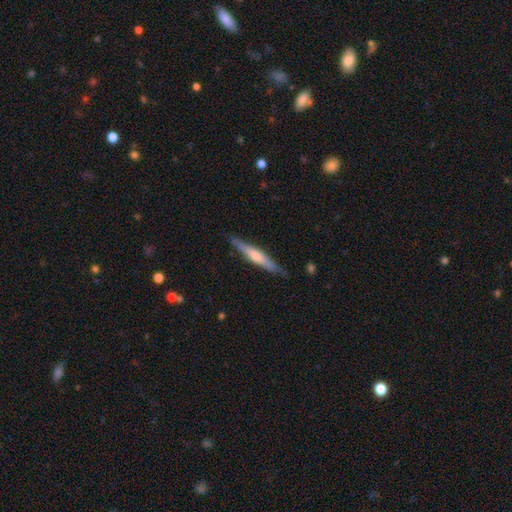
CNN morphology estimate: The model was most divided on "smooth or featured": featured or disk: 61%, smooth: 34%, star or artifact: 5%. More confident: edge-on disk — yes (96%); merging — none (87%); edge-on bulge — rounded (73%).